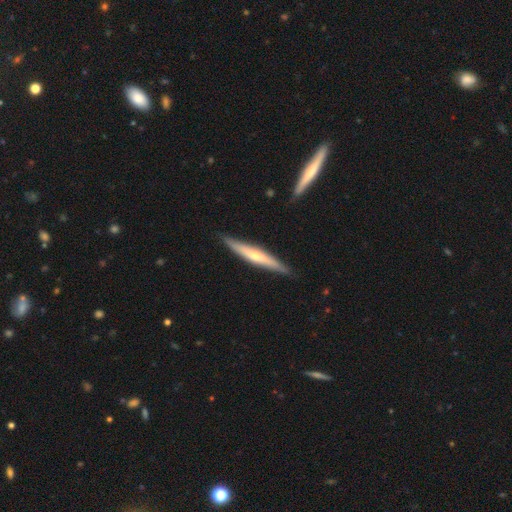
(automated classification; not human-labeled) smooth-or-featured: featured or disk: 59% | smooth: 36% | star or artifact: 5%
  disk-edge-on: yes: 94% | no: 6%
    edge-on-bulge: rounded: 78% | none: 18% | boxy: 4%
  merging: none: 88% | minor disturbance: 9% | major disturbance: 2% | merger: 1%